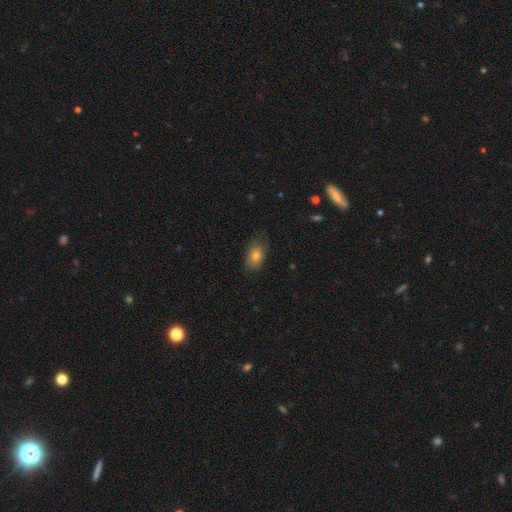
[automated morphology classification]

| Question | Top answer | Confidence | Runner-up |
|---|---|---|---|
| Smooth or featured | smooth | 76% | featured or disk (15%) |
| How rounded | in between | 87% | round (11%) |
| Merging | none | 68% | minor disturbance (24%) |